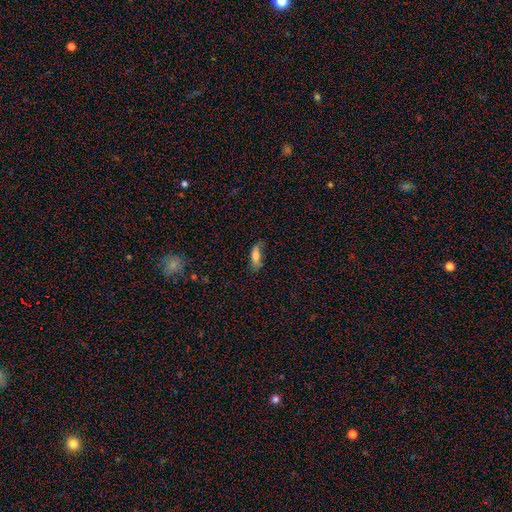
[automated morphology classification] Overall: smooth (74%). How rounded: in between (73%). Merging: none (55%; minor disturbance 31%).